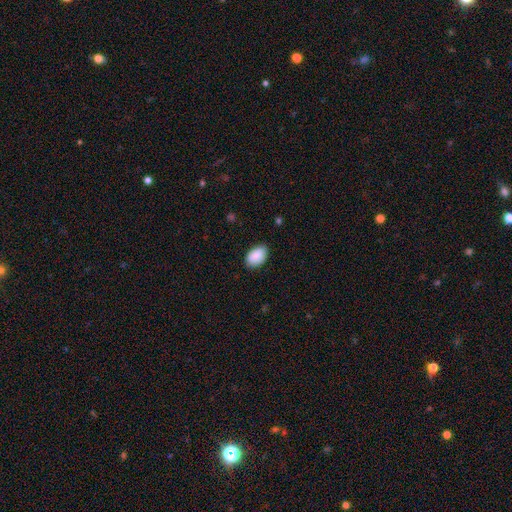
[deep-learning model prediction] This is clearly a smooth galaxy (86%). How rounded: clearly in between (91%). Merging: clearly none (82%).